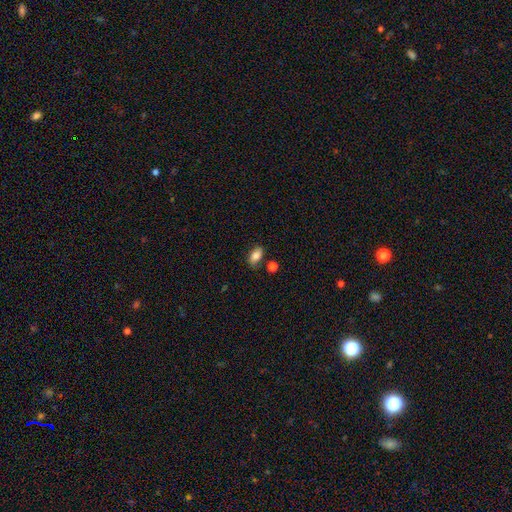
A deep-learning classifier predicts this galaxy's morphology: smooth_or_featured: smooth (p=0.80) [alt: featured or disk p=0.11]
how_rounded: in between (p=0.90) [alt: round p=0.06]
merging: none (p=0.77) [alt: minor disturbance p=0.14]